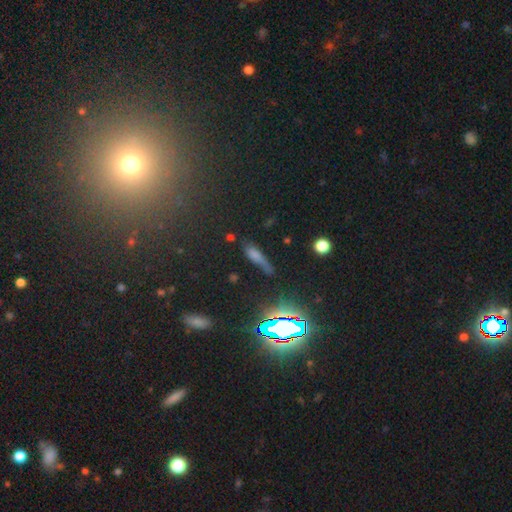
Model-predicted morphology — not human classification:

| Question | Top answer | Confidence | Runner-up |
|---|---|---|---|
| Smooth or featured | smooth | 52% | star or artifact (31%) |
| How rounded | cigar-shaped | 66% | in between (27%) |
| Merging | none | 55% | minor disturbance (25%) |